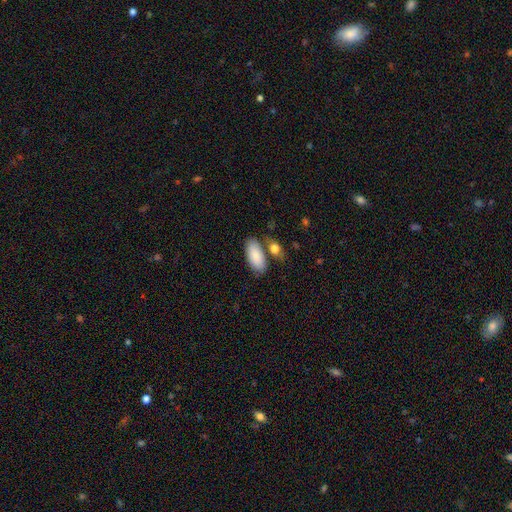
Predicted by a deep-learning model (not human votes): Smooth or featured?
  - smooth: 87% *
  - featured or disk: 7%
  - star or artifact: 5%
How rounded?
  - in between: 90% *
  - cigar-shaped: 8%
  - round: 2%
Merging?
  - none: 67% *
  - merger: 16%
  - minor disturbance: 14%
  - major disturbance: 4%